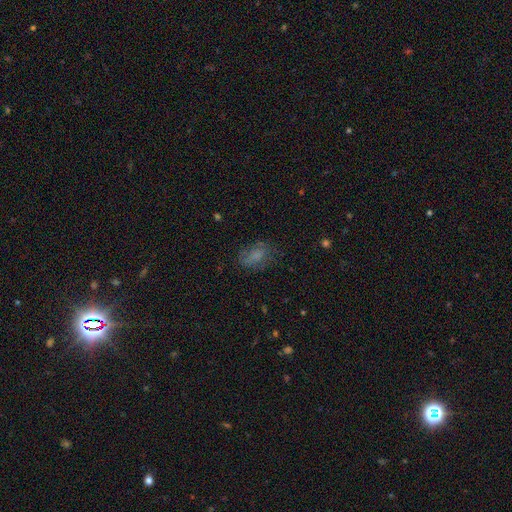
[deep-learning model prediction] The model was most divided on "merging": none: 60%, minor disturbance: 23%, major disturbance: 15%, merger: 2%. More confident: how rounded — in between (85%); smooth or featured — smooth (63%).